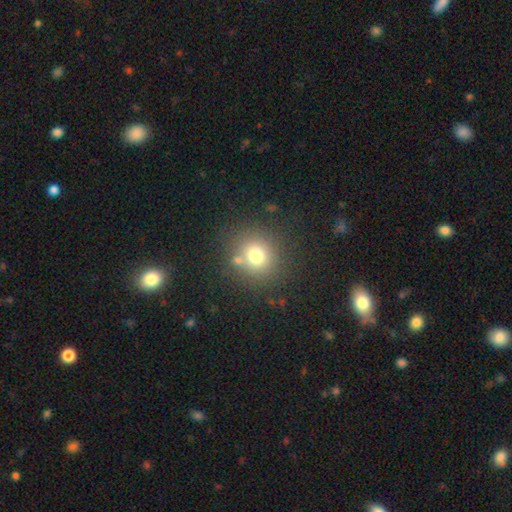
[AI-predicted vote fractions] A smooth galaxy with no disk features (72%) that is round (88%).

Vote fractions:
- Smooth or featured? smooth: 72% / star or artifact: 16% / featured or disk: 12%
- How rounded? round: 88% / in between: 11% / cigar-shaped: 1%
- Merging? none: 76% / minor disturbance: 10% / merger: 10% / major disturbance: 5%